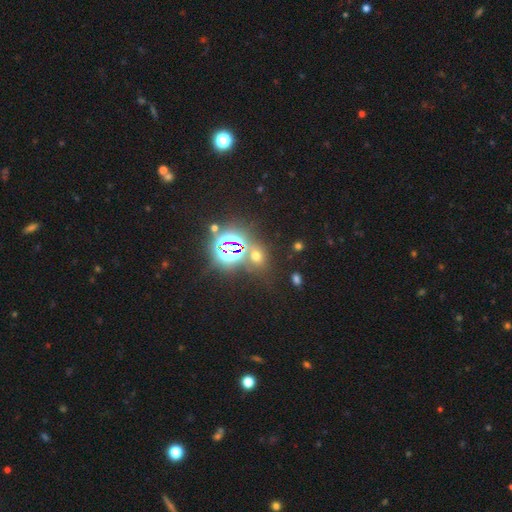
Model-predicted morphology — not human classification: Smooth or featured? Predicted: star or artifact (p=0.53).